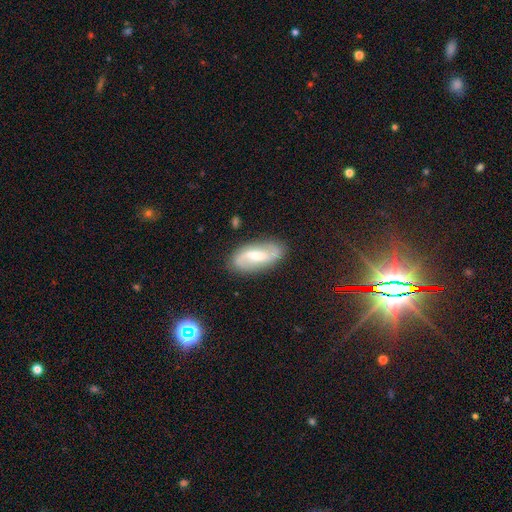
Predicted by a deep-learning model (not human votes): Smooth or featured: featured or disk — 73% (smooth — 20%)
Edge-on disk: no — 95% (yes — 5%)
Bar: weak — 52% (strong — 30%)
Spiral arms: yes — 91% (no — 9%)
Spiral winding: loose — 48% (medium — 37%)
Spiral arm count: 2 — 88% (can't tell — 6%)
Bulge size: moderate — 47% (small — 29%)
Merging: none — 82% (minor disturbance — 13%)